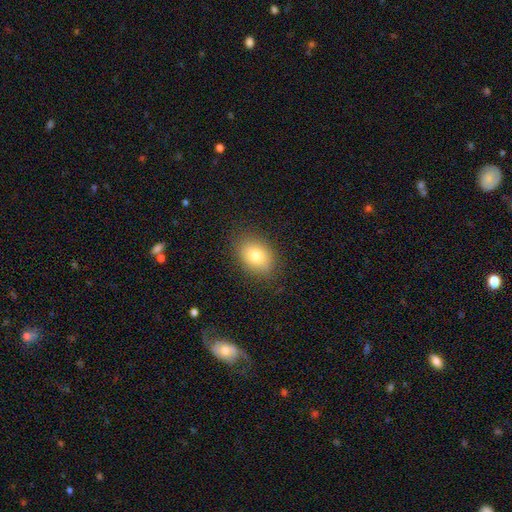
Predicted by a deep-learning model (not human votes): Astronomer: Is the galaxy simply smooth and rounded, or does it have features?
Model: smooth — 80%.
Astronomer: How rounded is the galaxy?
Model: in between — 71%.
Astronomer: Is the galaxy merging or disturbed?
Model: none — 85%.